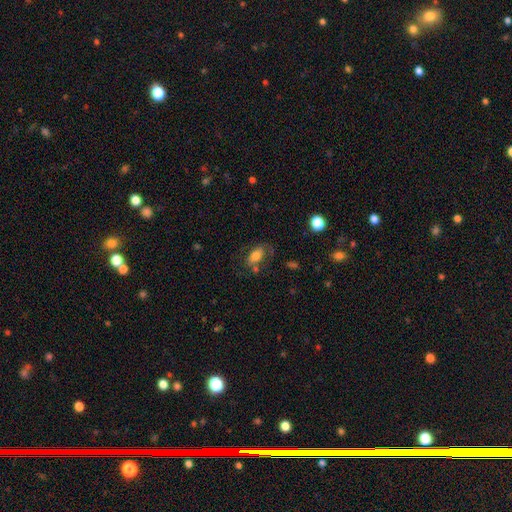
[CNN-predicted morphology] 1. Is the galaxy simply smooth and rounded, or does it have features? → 71% smooth, 21% featured or disk, 8% star or artifact.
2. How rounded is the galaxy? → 89% in between, 7% round, 4% cigar-shaped.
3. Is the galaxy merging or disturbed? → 58% none, 21% minor disturbance, 12% major disturbance, 8% merger.